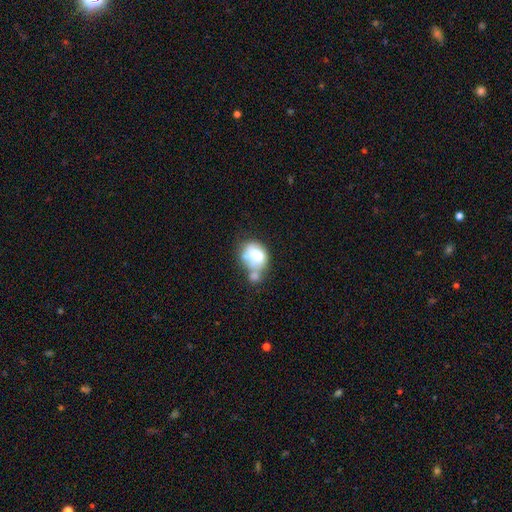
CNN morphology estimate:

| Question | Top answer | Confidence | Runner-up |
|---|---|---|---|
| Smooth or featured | smooth | 71% | featured or disk (20%) |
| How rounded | round | 50% | tied: in between (50%) |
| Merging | merger | 41% | none (29%) |